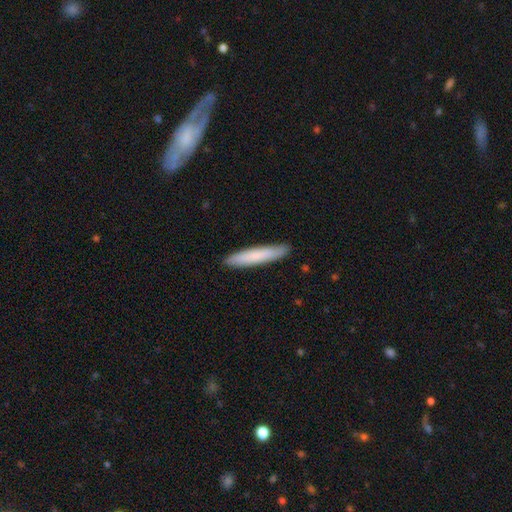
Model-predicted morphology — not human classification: smooth 79%, featured or disk 16%, star or artifact 5%. Down the decision tree: how rounded — cigar-shaped (91%); merging — none (90%).